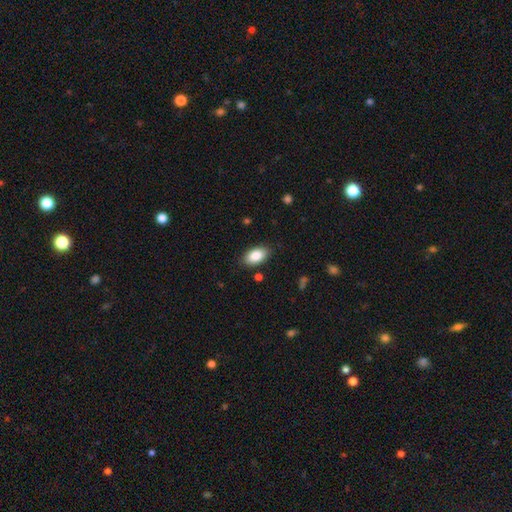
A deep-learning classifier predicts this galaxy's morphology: This appears to be a smooth galaxy with no disk features (86%) that is in between round and cigar-shaped (93%). Merging: none (86%).